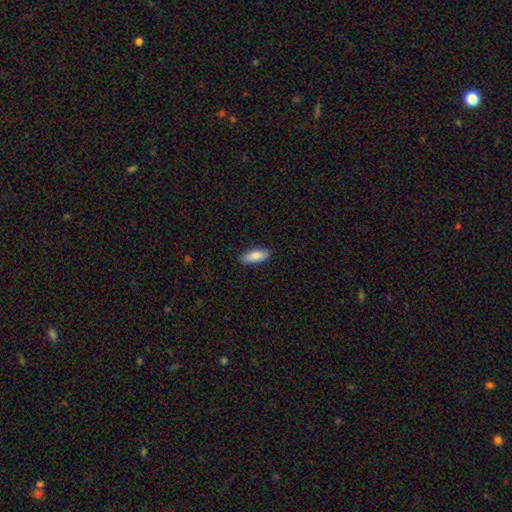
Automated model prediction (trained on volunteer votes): A smooth galaxy with no disk features (87%) that is in between round and cigar-shaped (74%).

Vote fractions:
- Smooth or featured? smooth: 87% / featured or disk: 7% / star or artifact: 6%
- How rounded? in between: 74% / cigar-shaped: 24% / round: 2%
- Merging? none: 88% / minor disturbance: 9% / major disturbance: 2% / merger: 1%